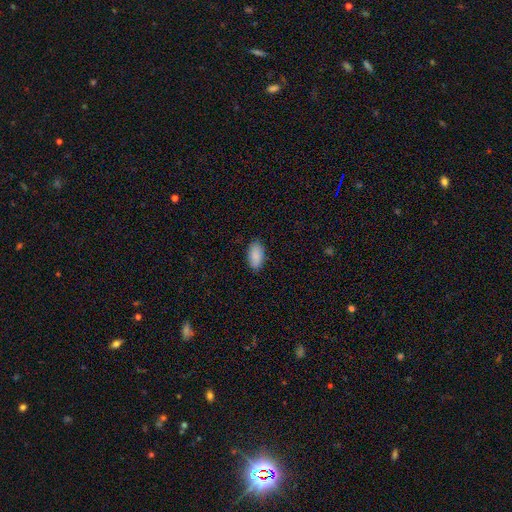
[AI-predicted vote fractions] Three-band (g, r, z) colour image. It shows a smooth galaxy with no disk features (89%) that is in between round and cigar-shaped (94%). Merging: none (87%).